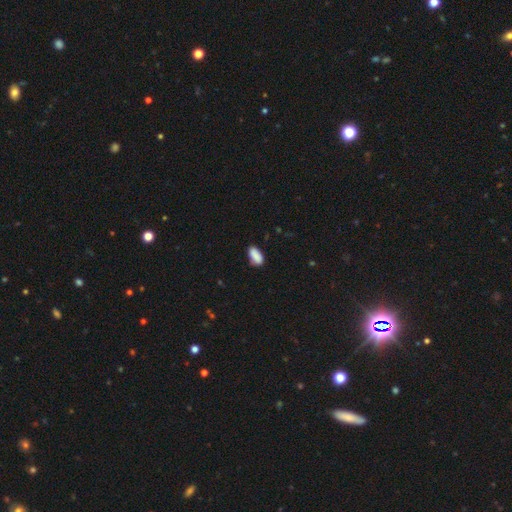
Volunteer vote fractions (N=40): Q: Smooth or featured?
A: smooth (90%); runner-up: star or artifact (10%)
Q: How rounded?
A: in between (92%); runner-up: cigar-shaped (8%)
Q: Merging?
A: none (67%); runner-up: minor disturbance (31%)